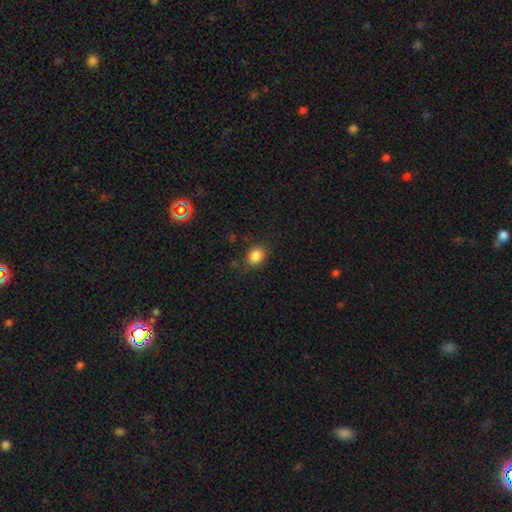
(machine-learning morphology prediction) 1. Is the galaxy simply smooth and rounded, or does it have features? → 85% smooth, 11% star or artifact, 5% featured or disk.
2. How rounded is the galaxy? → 58% round, 41% in between, 1% cigar-shaped.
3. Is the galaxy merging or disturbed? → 76% none, 17% minor disturbance, 5% major disturbance, 2% merger.